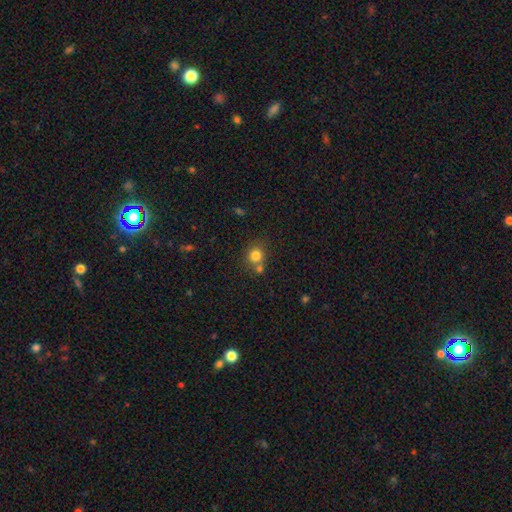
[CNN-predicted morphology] Overall: smooth (80%). How rounded: round (85%). Merging: none (59%; merger 29%).